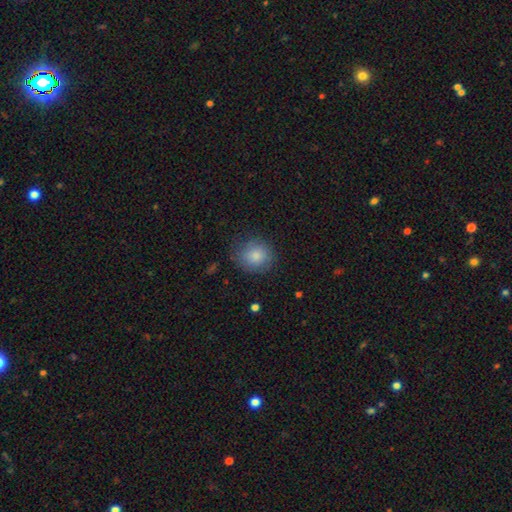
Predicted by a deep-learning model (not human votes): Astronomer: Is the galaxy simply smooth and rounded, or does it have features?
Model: smooth — 85%.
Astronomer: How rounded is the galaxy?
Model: round — 86%.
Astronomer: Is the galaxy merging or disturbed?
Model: none — 79%.